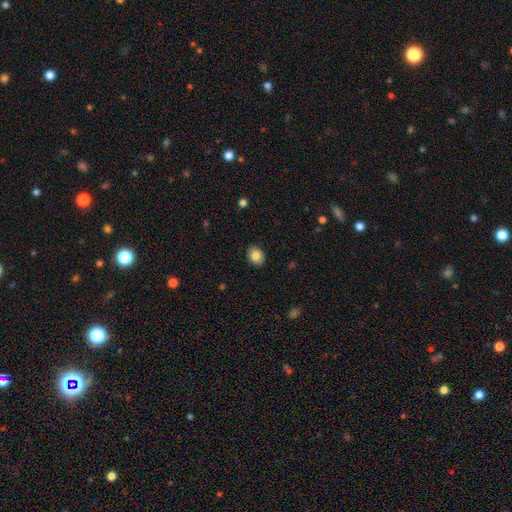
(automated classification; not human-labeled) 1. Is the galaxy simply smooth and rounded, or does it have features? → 83% smooth, 9% featured or disk, 8% star or artifact.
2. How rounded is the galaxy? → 51% in between, 48% round, 1% cigar-shaped.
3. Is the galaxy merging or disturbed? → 89% none, 8% minor disturbance, 2% major disturbance, 1% merger.